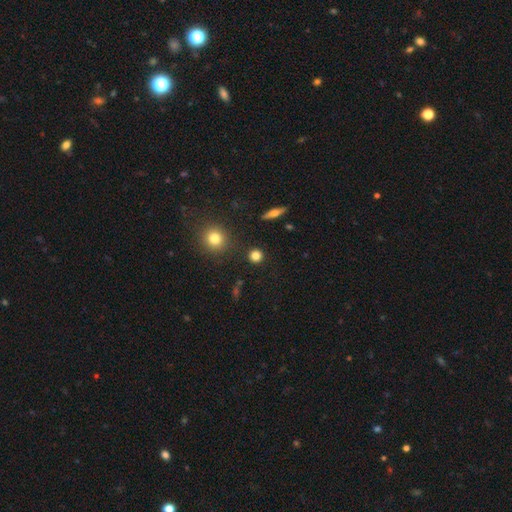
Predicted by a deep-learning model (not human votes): This appears to be a smooth galaxy with no disk features (82%) that is round (93%). Merging: none (90%).